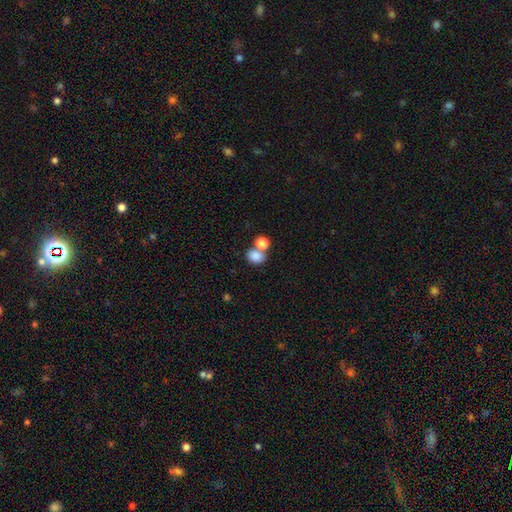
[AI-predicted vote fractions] Smooth or featured? smooth (83%)
How rounded? round (53%)
Merging? merger (45%)